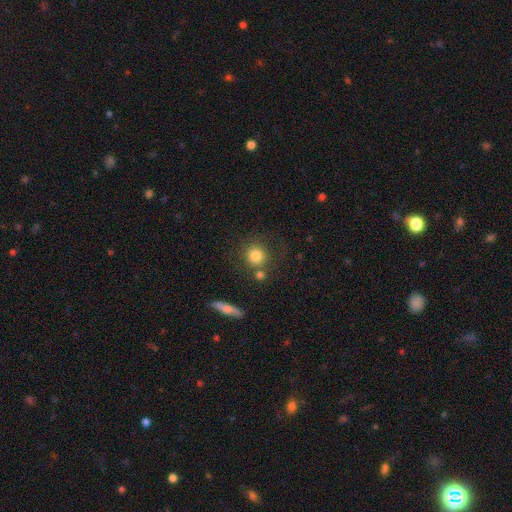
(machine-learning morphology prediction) smooth 80%, star or artifact 10%, featured or disk 10%. Down the decision tree: how rounded — round (90%); merging — none (70%).